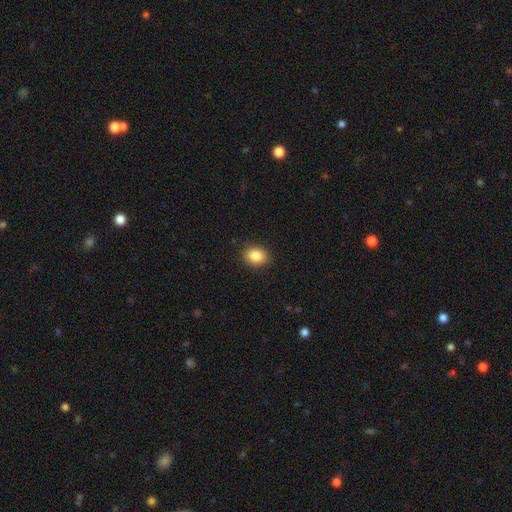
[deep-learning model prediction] Smooth or featured?
  - smooth: 86% *
  - star or artifact: 9%
  - featured or disk: 5%
How rounded?
  - in between: 52% *
  - round: 47%
  - cigar-shaped: 1%
Merging?
  - none: 88% *
  - minor disturbance: 9%
  - major disturbance: 2%
  - merger: 1%